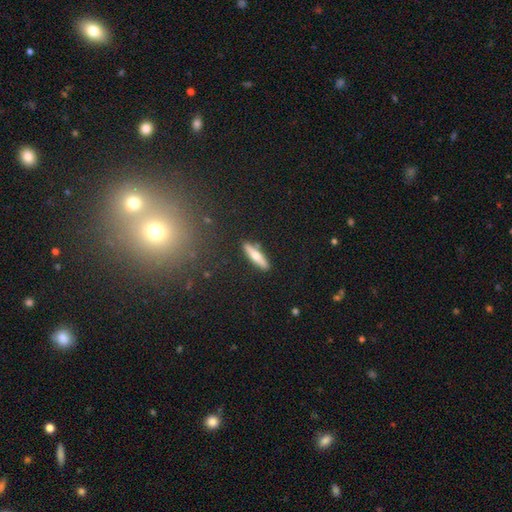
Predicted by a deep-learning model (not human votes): Smooth or featured? smooth (55%)
How rounded? cigar-shaped (82%)
Merging? none (88%)